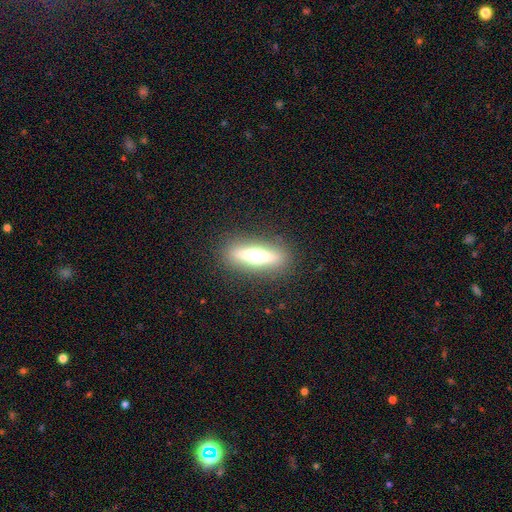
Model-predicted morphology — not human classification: featured or disk 59%, smooth 30%, star or artifact 10%. Down the decision tree: edge-on disk — yes (86%); edge-on bulge — rounded (95%); merging — none (88%).